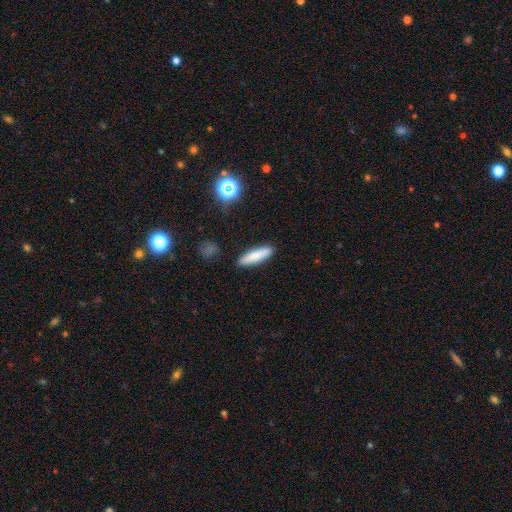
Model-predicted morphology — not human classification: Smooth or featured? Predicted: smooth (p=0.76). How rounded? Predicted: cigar-shaped (p=0.73). Merging? Predicted: none (p=0.89).